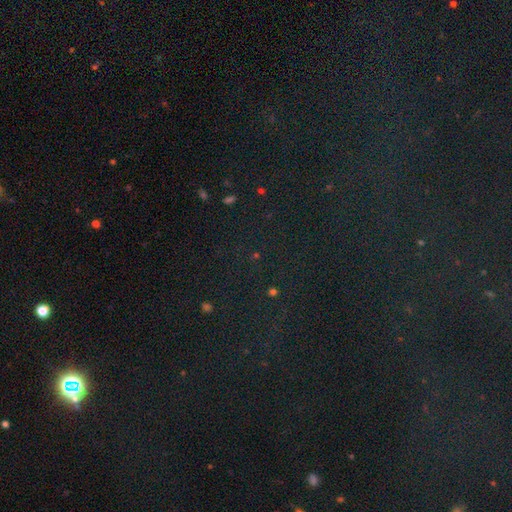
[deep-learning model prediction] Overall: star or artifact (81%).